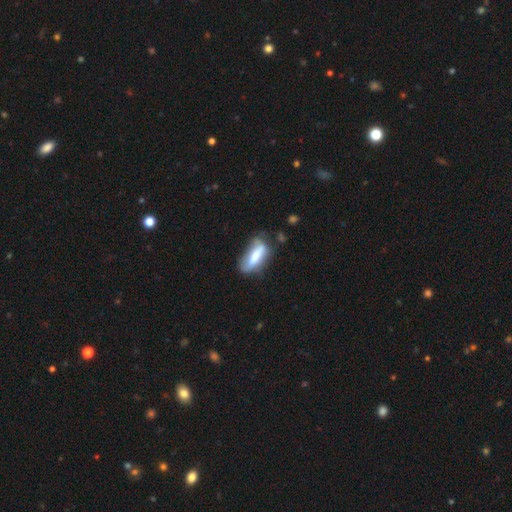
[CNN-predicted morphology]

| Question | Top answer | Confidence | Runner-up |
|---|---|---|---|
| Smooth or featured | smooth | 64% | featured or disk (29%) |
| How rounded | in between | 56% | cigar-shaped (42%) |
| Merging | none | 52% | minor disturbance (31%) |